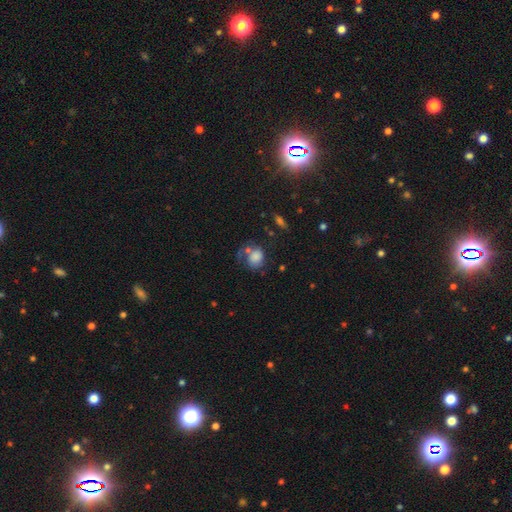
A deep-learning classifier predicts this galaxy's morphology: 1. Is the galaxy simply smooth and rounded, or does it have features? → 67% smooth, 23% featured or disk, 10% star or artifact.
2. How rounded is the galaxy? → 60% round, 39% in between, 1% cigar-shaped.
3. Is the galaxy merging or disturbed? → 37% none, 28% major disturbance, 22% minor disturbance, 13% merger.